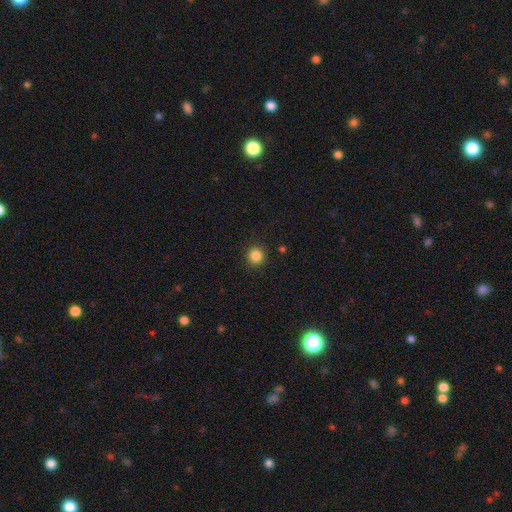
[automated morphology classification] type=smooth (85%); roundness=round (94%); merging=none (92%).